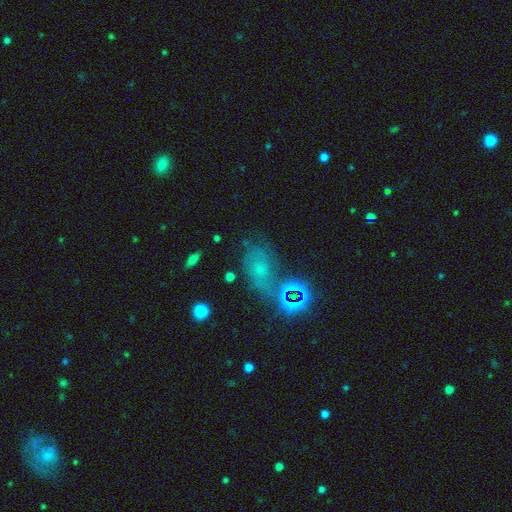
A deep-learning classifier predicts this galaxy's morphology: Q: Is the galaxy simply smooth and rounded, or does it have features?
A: smooth — 42%.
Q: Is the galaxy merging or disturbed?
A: none — 47%.